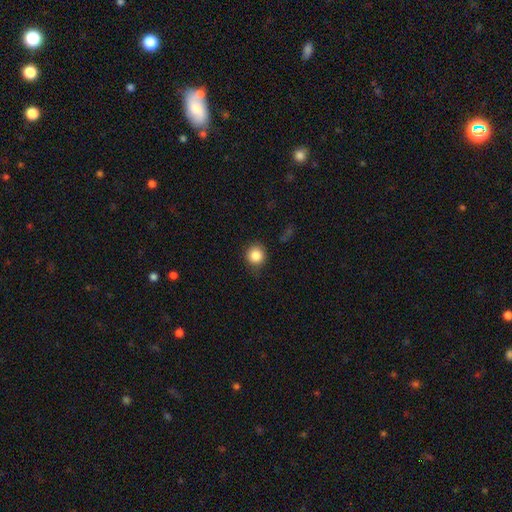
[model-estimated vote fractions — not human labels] This appears to be a smooth galaxy with no disk features (85%) that is round (90%). Merging: none (81%).